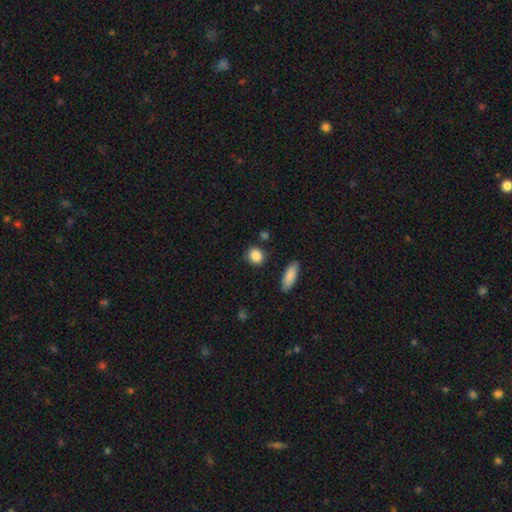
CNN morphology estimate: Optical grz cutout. It shows a smooth galaxy with no disk features (87%) that is round (67%). Merging: none (82%).